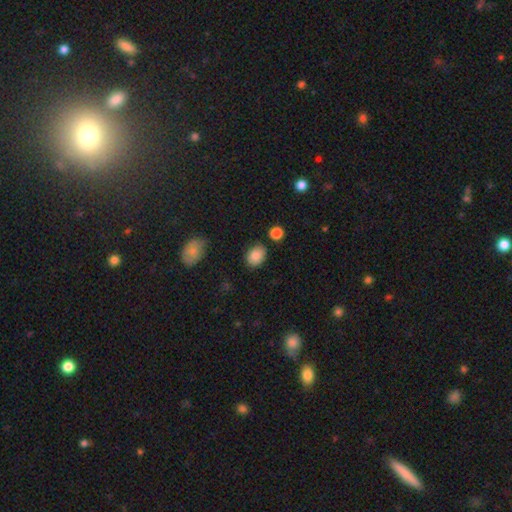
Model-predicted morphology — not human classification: Smooth or featured?
  - smooth: 87% *
  - star or artifact: 8%
  - featured or disk: 5%
How rounded?
  - in between: 74% *
  - round: 25%
  - cigar-shaped: 1%
Merging?
  - none: 78% *
  - minor disturbance: 15%
  - merger: 3%
  - major disturbance: 3%